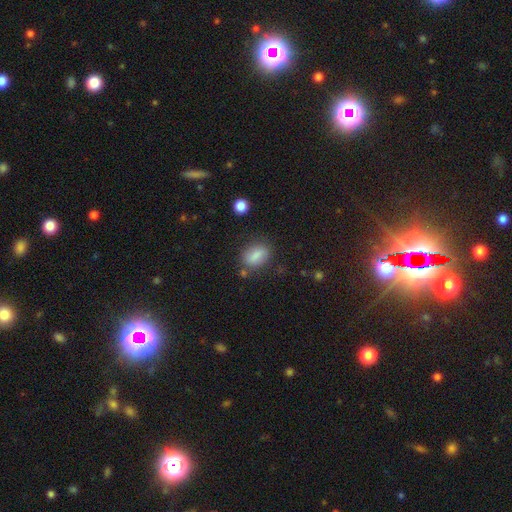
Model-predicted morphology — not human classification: Smooth or featured?
  - smooth: 83% *
  - star or artifact: 8%
  - featured or disk: 8%
How rounded?
  - in between: 78% *
  - round: 18%
  - cigar-shaped: 4%
Merging?
  - none: 76% *
  - minor disturbance: 15%
  - merger: 5%
  - major disturbance: 4%